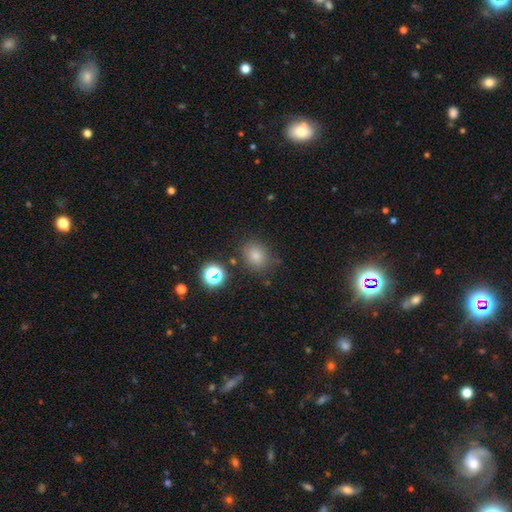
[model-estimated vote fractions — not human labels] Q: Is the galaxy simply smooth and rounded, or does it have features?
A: smooth — 78%.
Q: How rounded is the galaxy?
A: round — 65%.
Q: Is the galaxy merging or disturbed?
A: none — 78%.